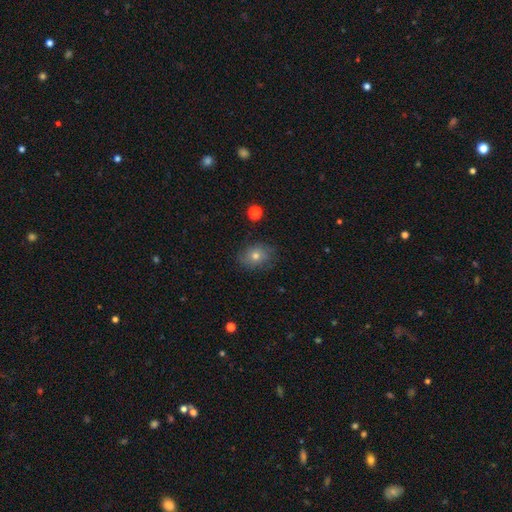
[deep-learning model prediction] This appears to be a smooth galaxy with no disk features (65%) that is in between round and cigar-shaped (57%). Merging: none (80%).